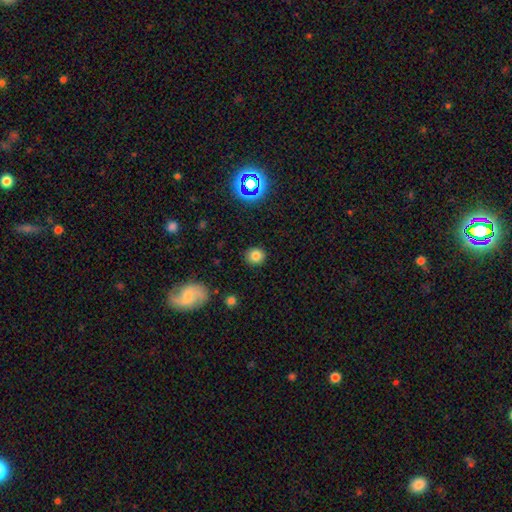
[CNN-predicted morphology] Smooth or featured? smooth (79%)
How rounded? round (88%)
Merging? none (90%)